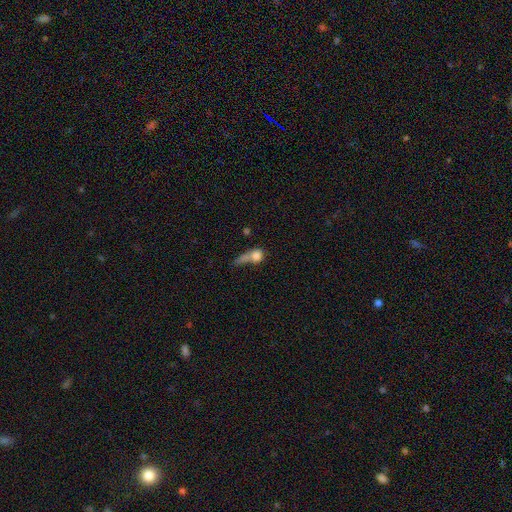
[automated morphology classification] Smooth or featured? smooth (69%)
How rounded? round (51%)
Merging? major disturbance (34%)